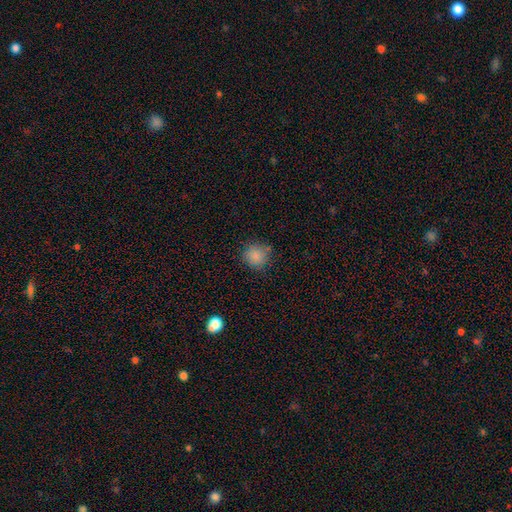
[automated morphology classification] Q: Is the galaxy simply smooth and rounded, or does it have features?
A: smooth — 85%.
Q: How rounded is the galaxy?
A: round — 90%.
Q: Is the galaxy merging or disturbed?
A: none — 82%.